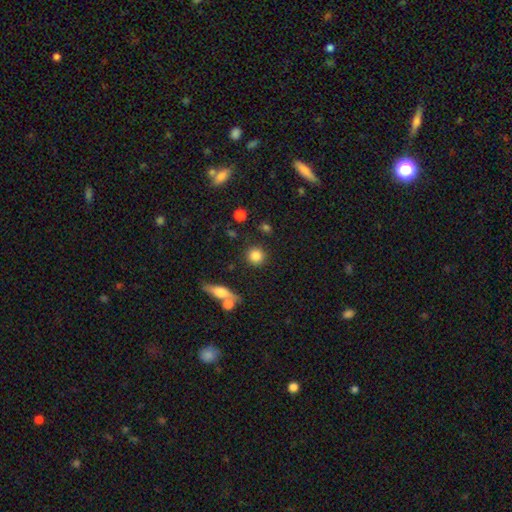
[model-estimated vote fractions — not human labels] smooth_or_featured: smooth (p=0.83) [alt: star or artifact p=0.09]
how_rounded: round (p=0.90) [alt: in between p=0.09]
merging: none (p=0.85) [alt: minor disturbance p=0.07]